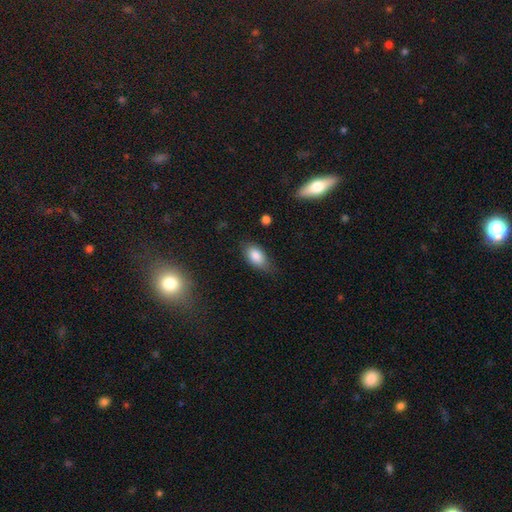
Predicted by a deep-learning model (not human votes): A smooth galaxy with no disk features (84%) that is in between round and cigar-shaped (90%). Merging: none (69%).